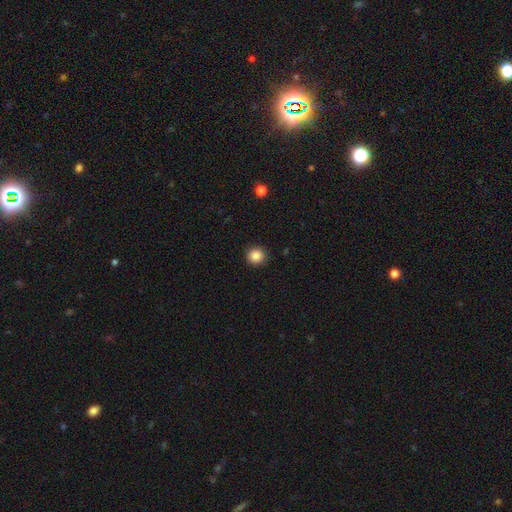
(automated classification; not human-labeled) A smooth galaxy with no disk features (86%) that is round (93%).

Vote fractions:
- Smooth or featured? smooth: 86% / star or artifact: 10% / featured or disk: 4%
- How rounded? round: 93% / in between: 6% / cigar-shaped: 1%
- Merging? none: 91% / minor disturbance: 6% / major disturbance: 2% / merger: 1%